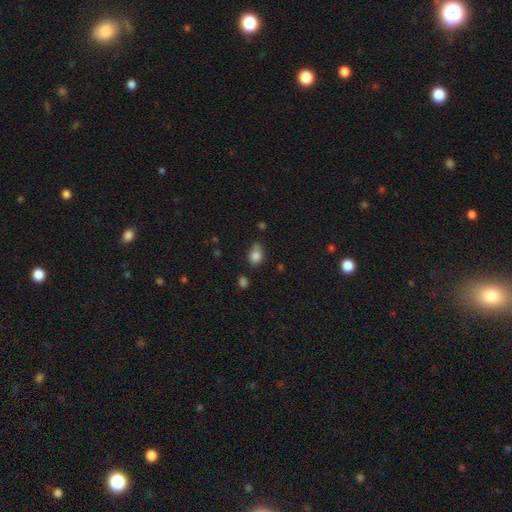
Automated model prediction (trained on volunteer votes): A smooth galaxy with no disk features (84%) that is in between round and cigar-shaped (68%).

Vote fractions:
- Smooth or featured? smooth: 84% / star or artifact: 10% / featured or disk: 6%
- How rounded? in between: 68% / round: 30% / cigar-shaped: 2%
- Merging? none: 53% / minor disturbance: 35% / major disturbance: 8% / merger: 5%